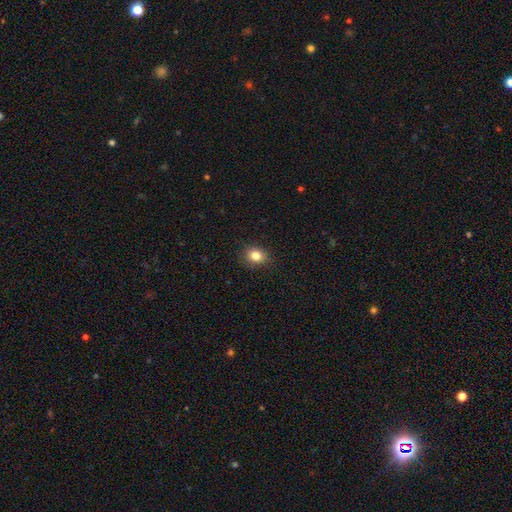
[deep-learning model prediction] This appears to be a smooth galaxy with no disk features (83%) that is round (55%). Merging: none (87%).